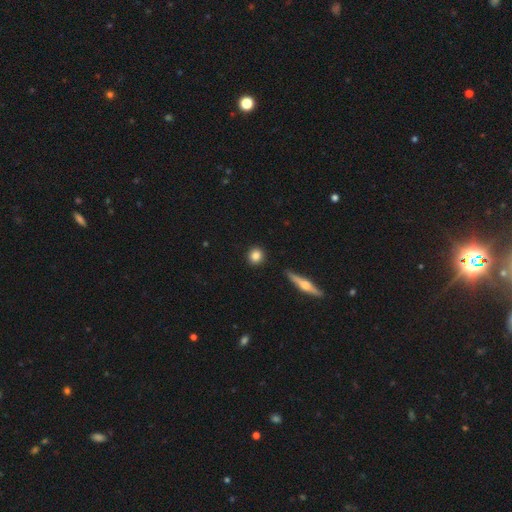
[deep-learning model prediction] Smooth or featured: smooth — 83% (featured or disk — 9%)
How rounded: round — 89% (in between — 9%)
Merging: none — 91% (minor disturbance — 6%)